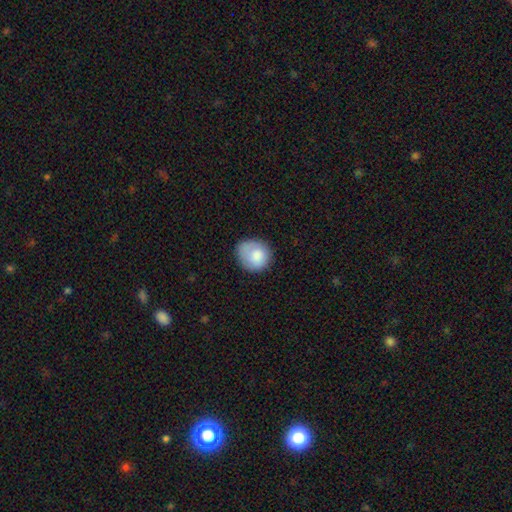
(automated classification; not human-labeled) Overall: smooth (83%). How rounded: round (75%). Merging: none (66%).